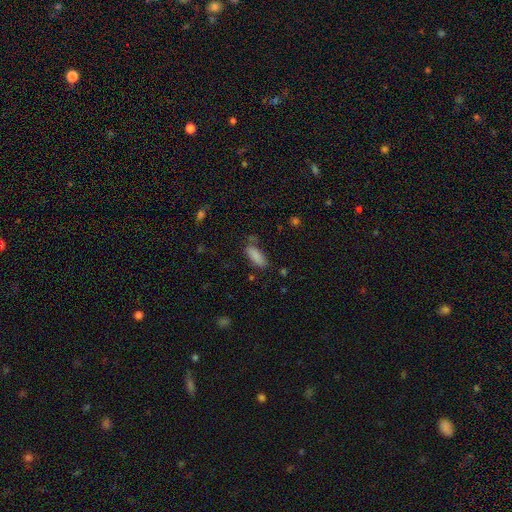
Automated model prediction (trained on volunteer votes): A smooth galaxy with no disk features (86%) that is in between round and cigar-shaped (76%).

Vote fractions:
- Smooth or featured? smooth: 86% / star or artifact: 8% / featured or disk: 6%
- How rounded? in between: 76% / cigar-shaped: 22% / round: 2%
- Merging? none: 73% / minor disturbance: 16% / merger: 6% / major disturbance: 5%